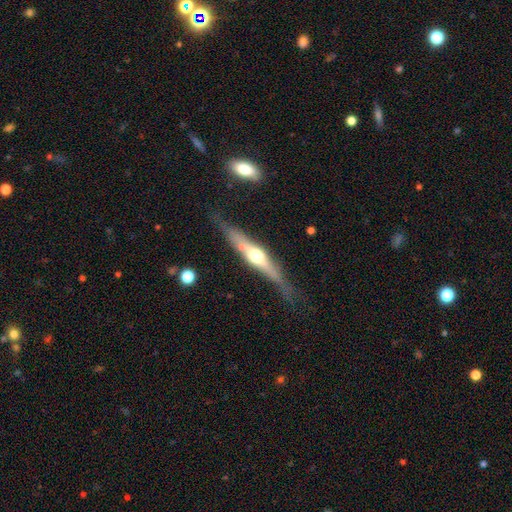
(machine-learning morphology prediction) Smooth or featured?
  - featured or disk: 71% *
  - smooth: 24%
  - star or artifact: 6%
Edge-on disk?
  - yes: 95% *
  - no: 5%
Edge-on bulge?
  - rounded: 89% *
  - boxy: 7%
  - none: 4%
Merging?
  - none: 76% *
  - minor disturbance: 16%
  - major disturbance: 5%
  - merger: 3%